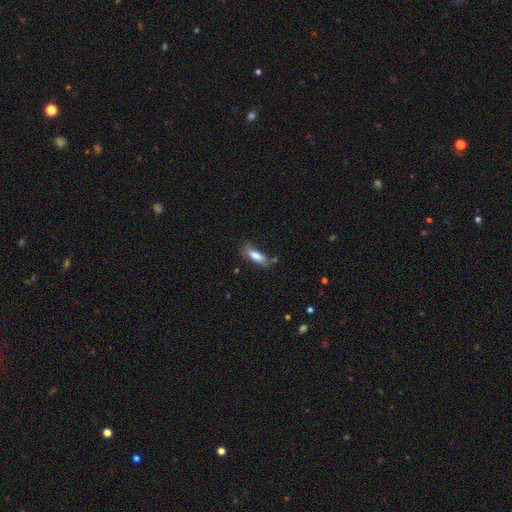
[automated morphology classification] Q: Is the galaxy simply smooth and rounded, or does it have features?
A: smooth — 78%.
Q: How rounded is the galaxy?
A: in between — 64%.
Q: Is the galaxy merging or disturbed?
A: none — 58%.